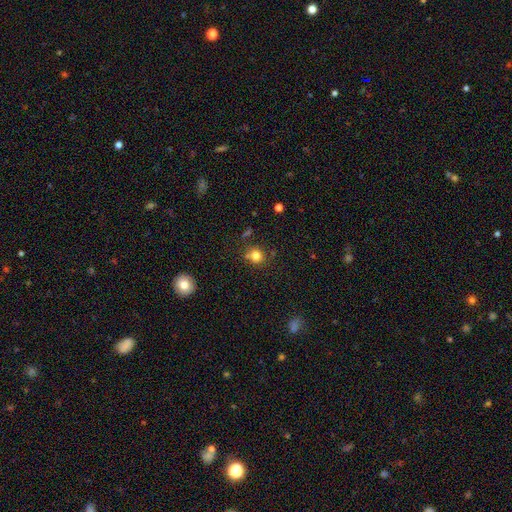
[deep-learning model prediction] A smooth galaxy with no disk features (79%) that is round (85%). Merging: none (75%).